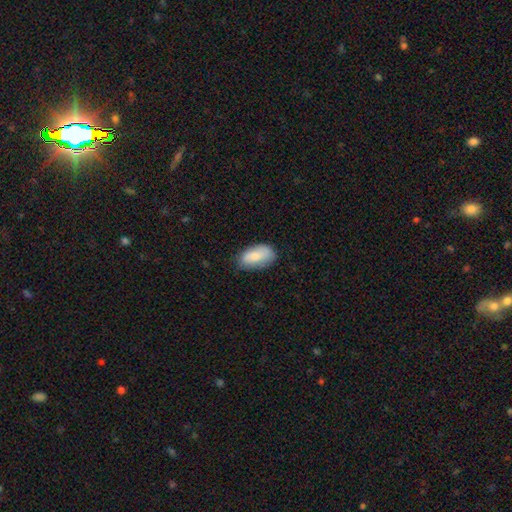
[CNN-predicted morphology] The model was most divided on "merging": none: 70%, minor disturbance: 24%, major disturbance: 5%, merger: 1%. More confident: how rounded — in between (94%); smooth or featured — smooth (81%).